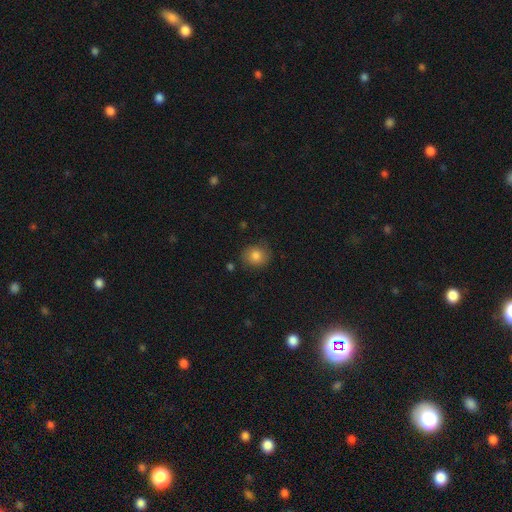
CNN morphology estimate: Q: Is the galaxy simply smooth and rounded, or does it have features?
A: smooth — 81%.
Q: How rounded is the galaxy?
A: round — 80%.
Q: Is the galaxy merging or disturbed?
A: none — 81%.